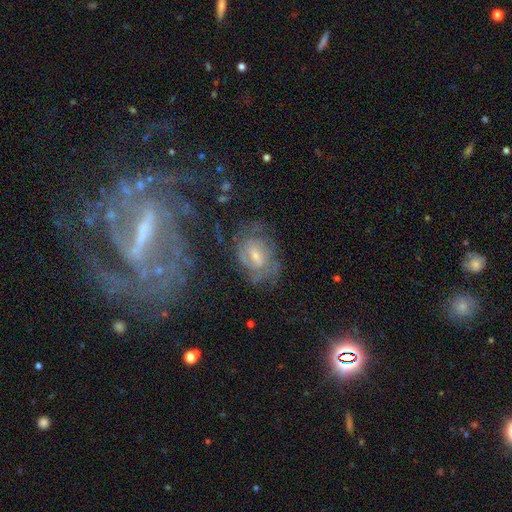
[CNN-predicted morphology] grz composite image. It shows a featured or disk galaxy (73%) with a weak bar (51%), tight (57%) spiral arms (84%) and a small central bulge (58%). Merging: none (60%).